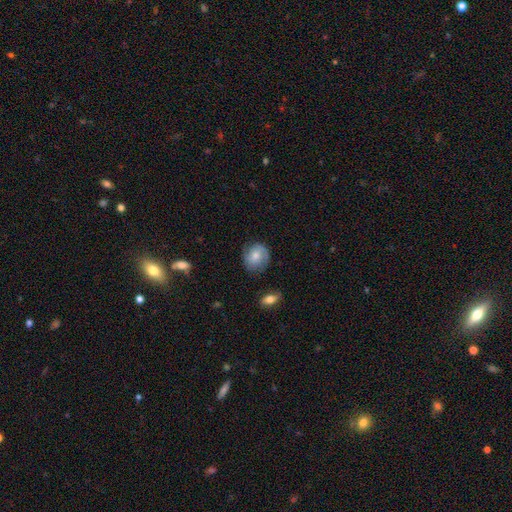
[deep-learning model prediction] Smooth or featured? featured or disk (52%)
Edge-on disk? no (97%)
Bar? no (60%)
Spiral arms? yes (87%)
Bulge size? moderate (50%)
Merging? none (75%)